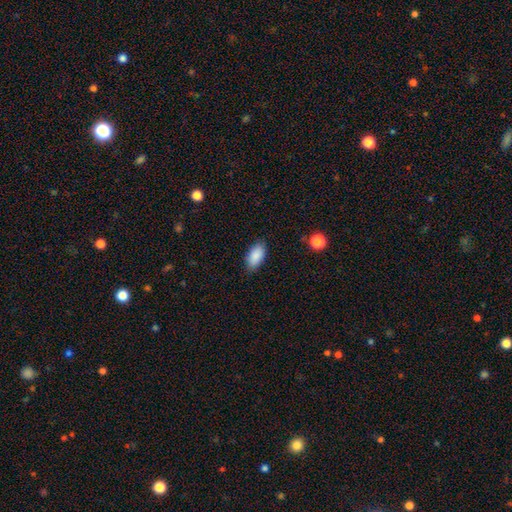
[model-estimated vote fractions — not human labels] Overall: smooth (89%). How rounded: in between (92%). Merging: none (85%).